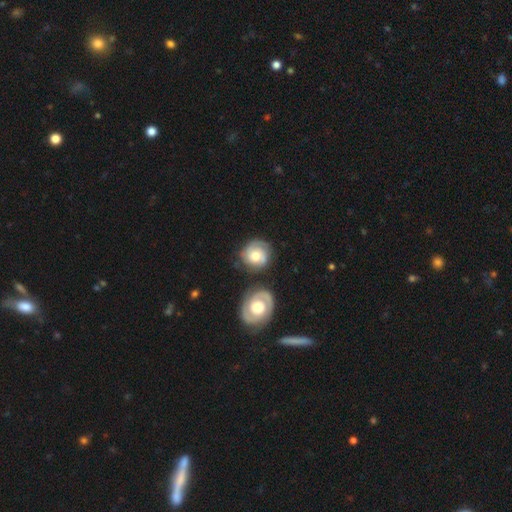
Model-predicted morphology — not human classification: Smooth or featured: featured or disk — 63% (smooth — 32%)
Edge-on disk: no — 97% (yes — 3%)
Bar: no — 74% (weak — 22%)
Spiral arms: yes — 90% (no — 10%)
Spiral winding: tight — 62% (medium — 30%)
Spiral arm count: 2 — 64% (can't tell — 15%)
Bulge size: moderate — 62% (large — 23%)
Merging: none — 68% (minor disturbance — 16%)